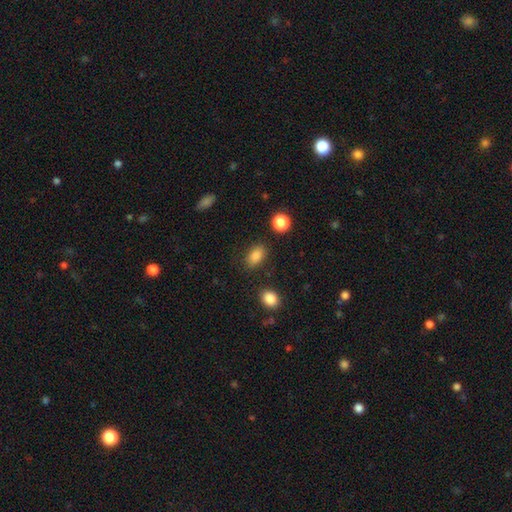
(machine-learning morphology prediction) Overall: smooth (86%). How rounded: in between (86%). Merging: none (83%).